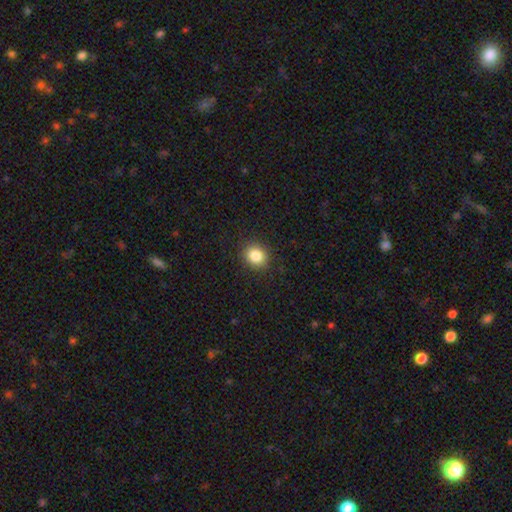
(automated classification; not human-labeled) Smooth or featured? Predicted: smooth (p=0.85). How rounded? Predicted: round (p=0.65). Merging? Predicted: none (p=0.89).